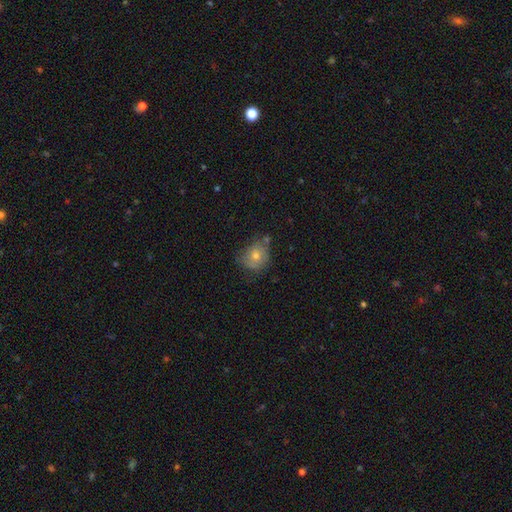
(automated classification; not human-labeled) smooth-or-featured: smooth: 62% | featured or disk: 25% | star or artifact: 13%
  how-rounded: round: 73% | in between: 26% | cigar-shaped: 1%
  merging: none: 58% | minor disturbance: 28% | major disturbance: 9% | merger: 5%